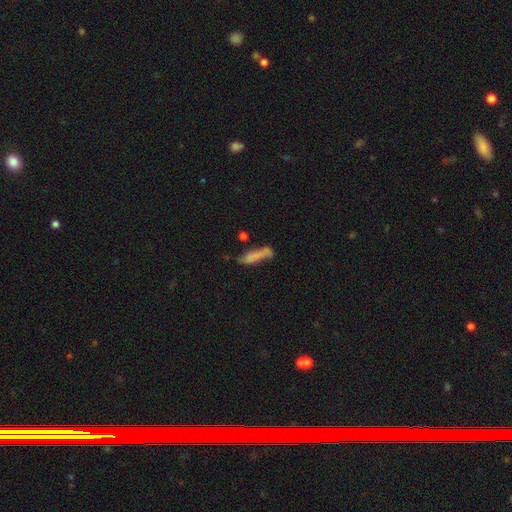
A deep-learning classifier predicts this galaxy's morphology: type=smooth (68%); roundness=cigar-shaped (70%); merging=none (46%).